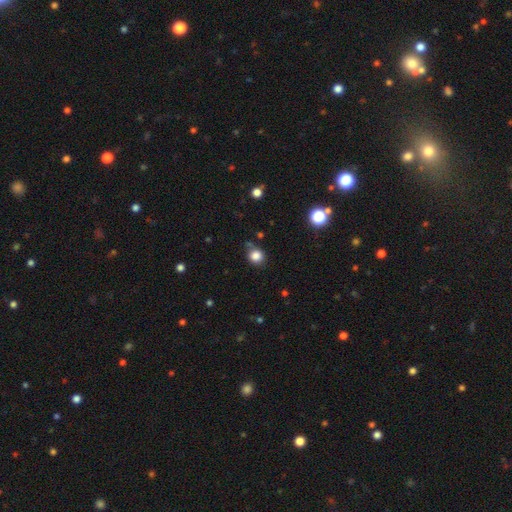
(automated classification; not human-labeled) A smooth galaxy with no disk features (83%) that is round (86%). Merging: none (79%).